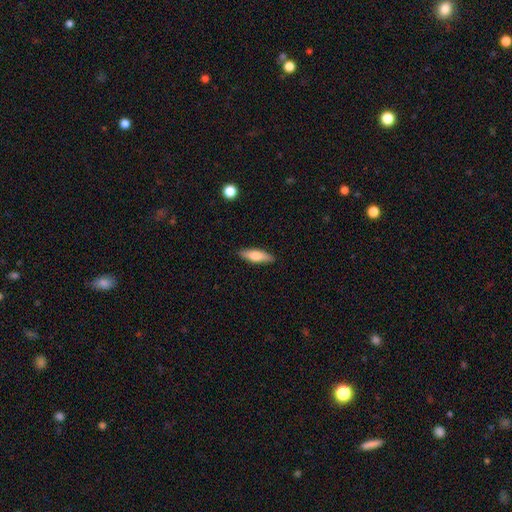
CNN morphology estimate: A smooth galaxy with no disk features (68%) that is cigar-shaped (53%). Merging: none (88%).